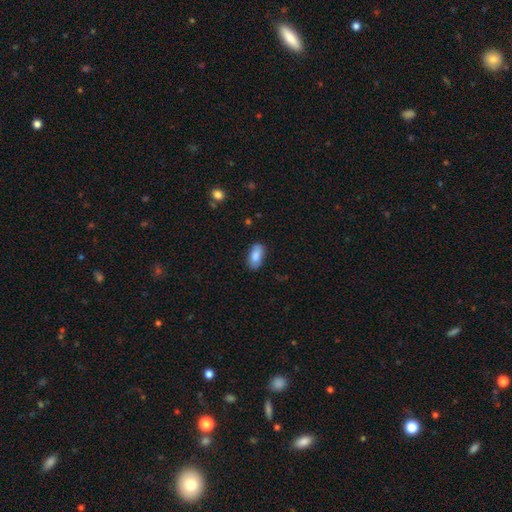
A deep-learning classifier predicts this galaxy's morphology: smooth 86%, featured or disk 8%, star or artifact 7%. Down the decision tree: how rounded — in between (91%); merging — none (82%).